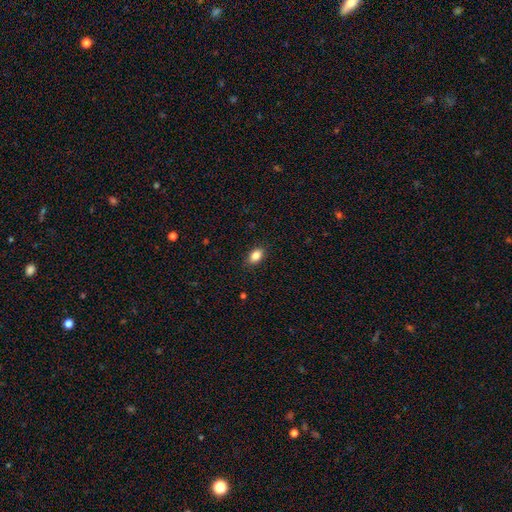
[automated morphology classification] Overall: smooth (84%). How rounded: in between (85%). Merging: none (87%).